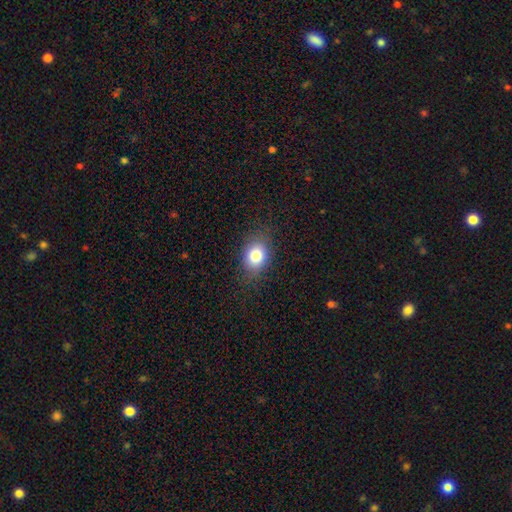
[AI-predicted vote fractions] A smooth galaxy with no disk features (82%) that is in between round and cigar-shaped (62%).

Vote fractions:
- Smooth or featured? smooth: 82% / star or artifact: 10% / featured or disk: 9%
- How rounded? in between: 62% / round: 37% / cigar-shaped: 1%
- Merging? none: 81% / minor disturbance: 14% / major disturbance: 4% / merger: 1%